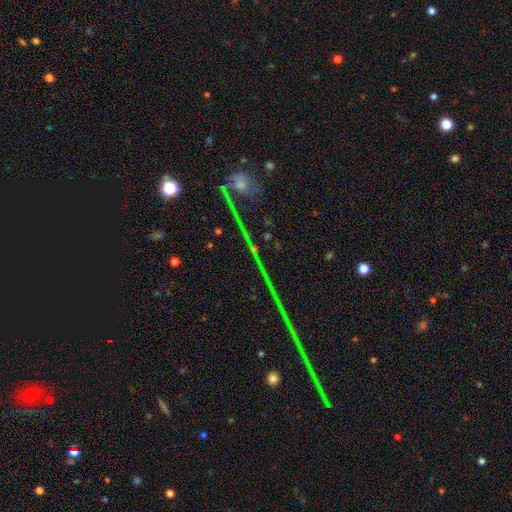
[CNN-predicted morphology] This is possibly a star or artifact rather than a galaxy (57%).